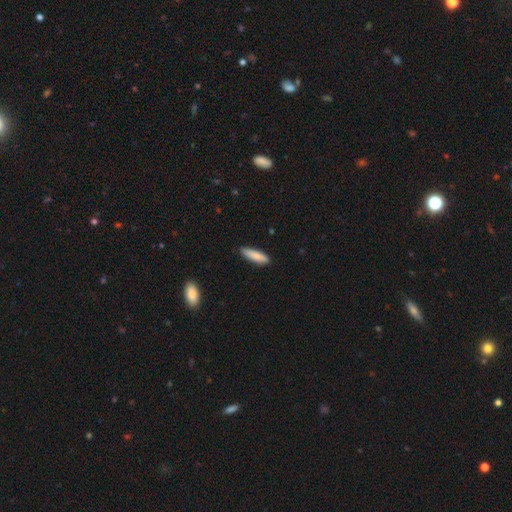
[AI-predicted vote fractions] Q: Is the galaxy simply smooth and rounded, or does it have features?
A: smooth — 85%.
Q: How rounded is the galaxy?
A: cigar-shaped — 69%.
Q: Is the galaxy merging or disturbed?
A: none — 88%.